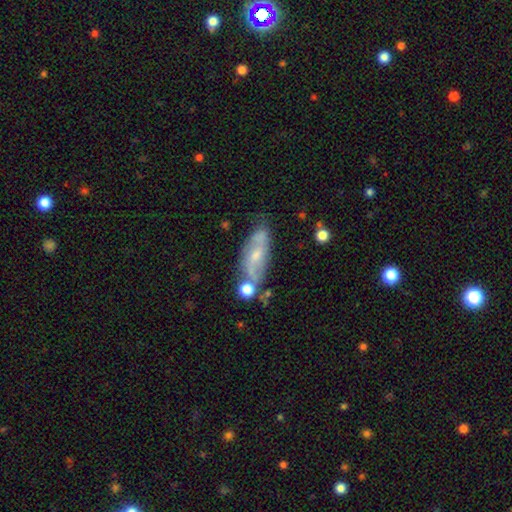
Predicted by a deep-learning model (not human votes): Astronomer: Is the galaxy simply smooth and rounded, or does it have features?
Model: featured or disk — 65%.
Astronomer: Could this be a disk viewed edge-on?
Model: no — 83%.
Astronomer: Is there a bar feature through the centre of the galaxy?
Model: no — 45% (runner-up: weak, 39%).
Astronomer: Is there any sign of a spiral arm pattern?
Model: yes — 80%.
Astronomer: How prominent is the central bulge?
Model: small — 56% (runner-up: moderate, 37%).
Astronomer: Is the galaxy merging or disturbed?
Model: none — 61%.